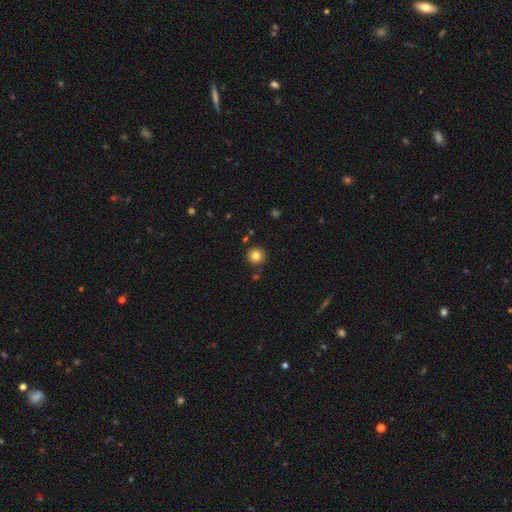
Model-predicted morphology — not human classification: smooth-or-featured: smooth: 81% | star or artifact: 11% | featured or disk: 8%
  how-rounded: round: 94% | in between: 5% | cigar-shaped: 1%
  merging: none: 87% | minor disturbance: 7% | merger: 4% | major disturbance: 2%